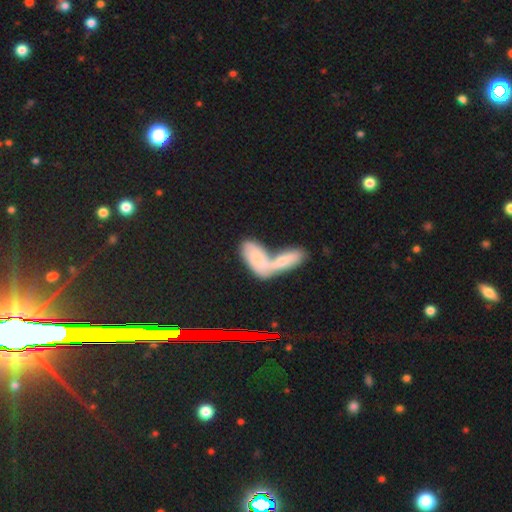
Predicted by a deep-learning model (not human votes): Smooth or featured? smooth (63%)
How rounded? in between (80%)
Merging? merger (68%)